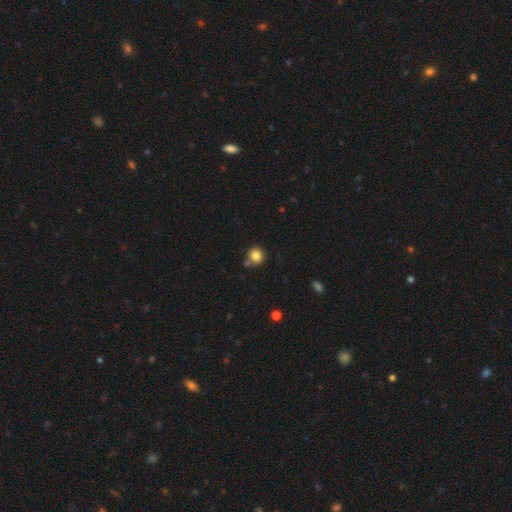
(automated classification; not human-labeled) Smooth or featured: smooth — 83% (star or artifact — 11%)
How rounded: round — 87% (in between — 12%)
Merging: none — 73% (merger — 14%)